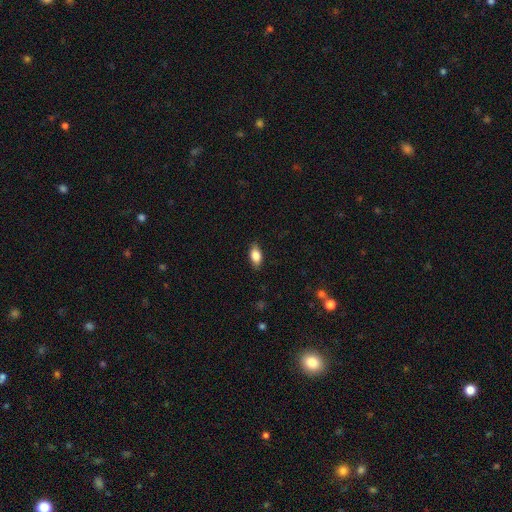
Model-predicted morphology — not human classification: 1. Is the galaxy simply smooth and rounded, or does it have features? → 82% smooth, 10% featured or disk, 7% star or artifact.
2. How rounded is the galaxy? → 88% in between, 7% round, 5% cigar-shaped.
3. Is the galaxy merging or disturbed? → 84% none, 13% minor disturbance, 3% major disturbance, 1% merger.